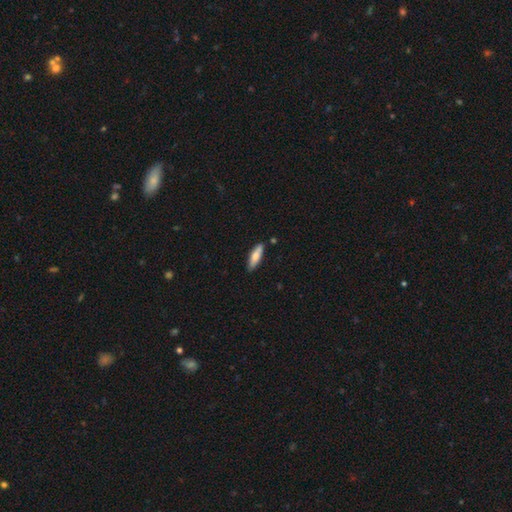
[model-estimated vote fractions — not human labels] This appears to be a smooth galaxy with no disk features (73%) that is cigar-shaped (60%). Merging: none (82%).